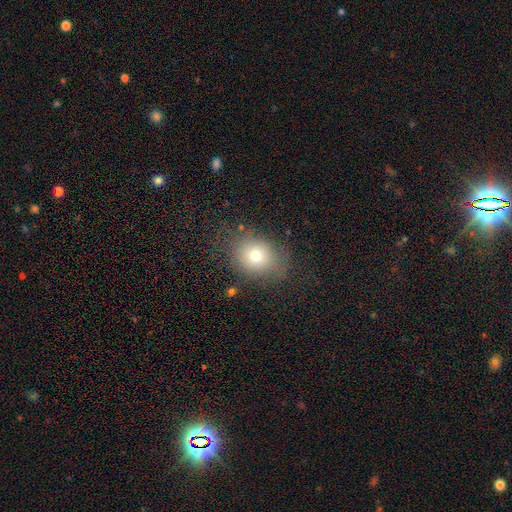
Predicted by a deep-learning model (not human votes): Smooth or featured? smooth (72%)
How rounded? round (56%)
Merging? none (71%)